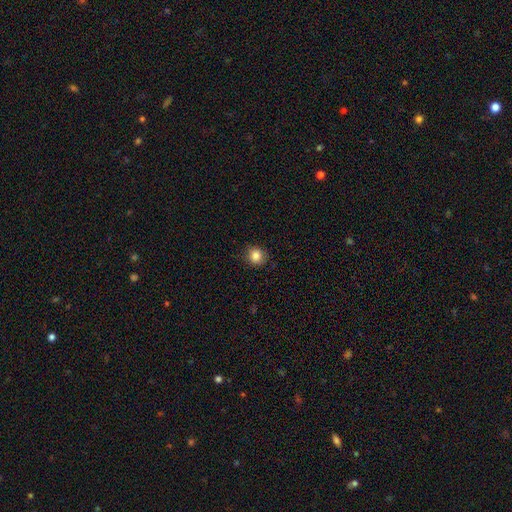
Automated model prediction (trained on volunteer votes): Morphology: type=smooth (84%); roundness=round (85%); merging=none (86%).